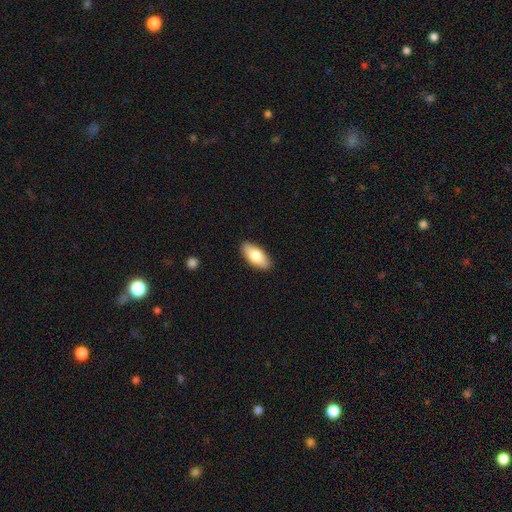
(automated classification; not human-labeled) This is likely a smooth galaxy (78%). How rounded: clearly in between (88%). Merging: clearly none (89%).